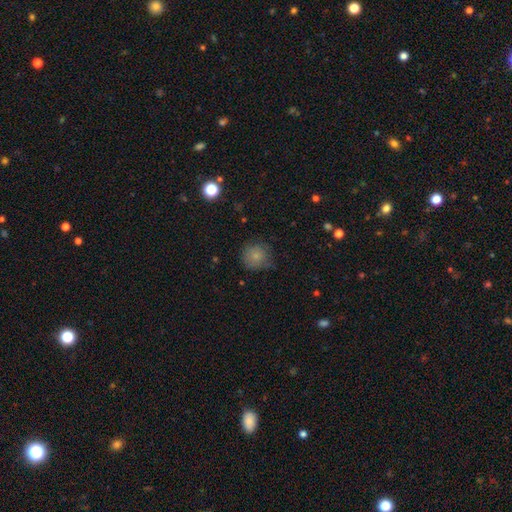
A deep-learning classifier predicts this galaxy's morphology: Smooth or featured: smooth — 80% (star or artifact — 10%)
How rounded: round — 91% (in between — 8%)
Merging: none — 69% (minor disturbance — 23%)